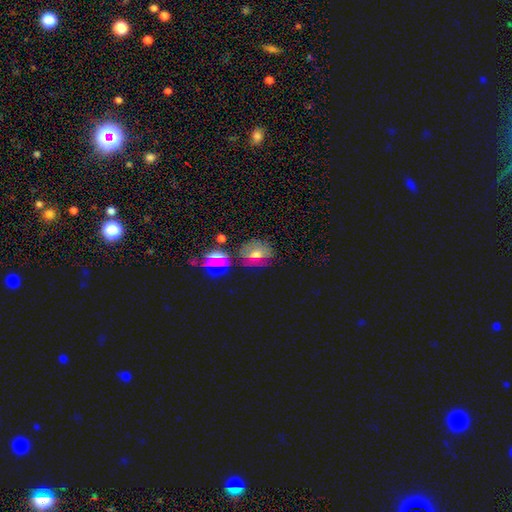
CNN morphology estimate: Overall: smooth (38%, tied with star or artifact). Merging: none (71%).